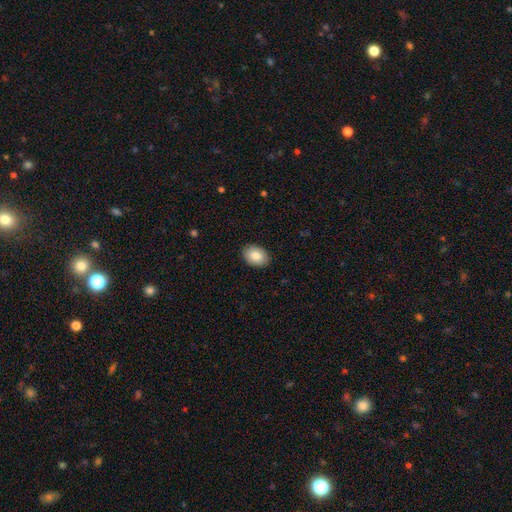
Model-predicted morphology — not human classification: Smooth or featured?
  - smooth: 84% *
  - featured or disk: 9%
  - star or artifact: 7%
How rounded?
  - in between: 79% *
  - round: 20%
  - cigar-shaped: 1%
Merging?
  - none: 90% *
  - minor disturbance: 8%
  - major disturbance: 2%
  - merger: 1%